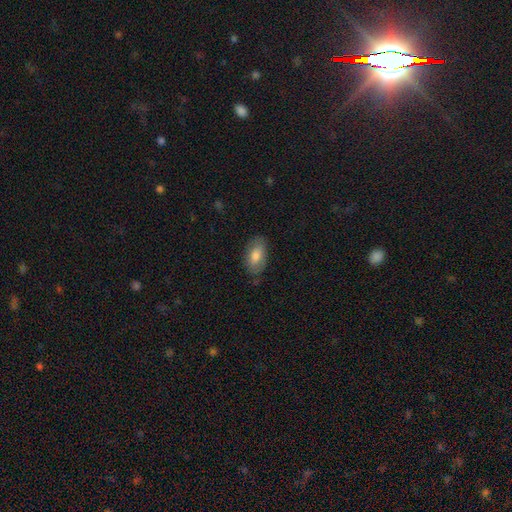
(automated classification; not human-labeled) Smooth or featured? smooth (76%)
How rounded? in between (93%)
Merging? none (77%)